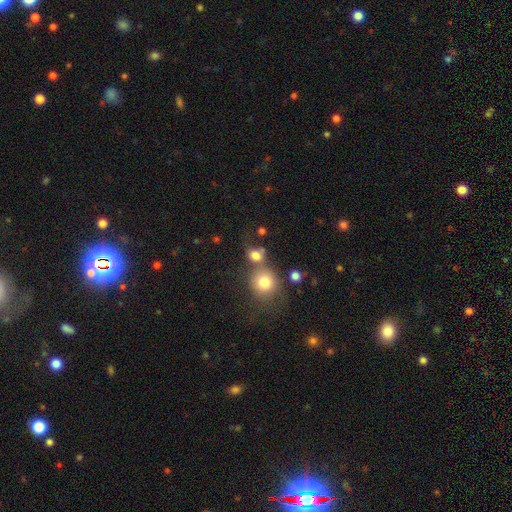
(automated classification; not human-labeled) Overall: smooth (77%). How rounded: round (67%; in between 32%). Merging: none (46%; merger 34%).